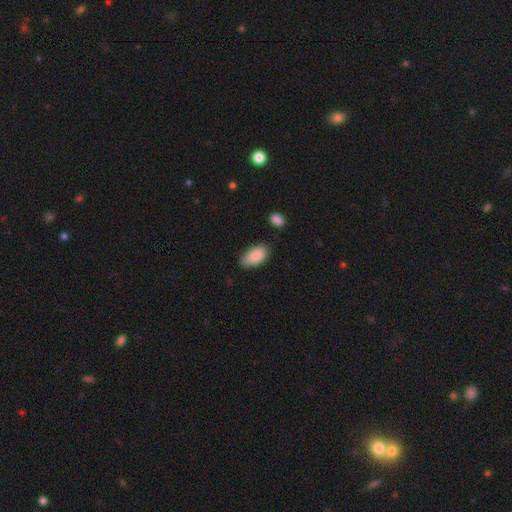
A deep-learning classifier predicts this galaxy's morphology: smooth-or-featured: smooth: 88% | star or artifact: 6% | featured or disk: 5%
  how-rounded: in between: 94% | cigar-shaped: 4% | round: 2%
  merging: none: 74% | minor disturbance: 19% | major disturbance: 4% | merger: 3%